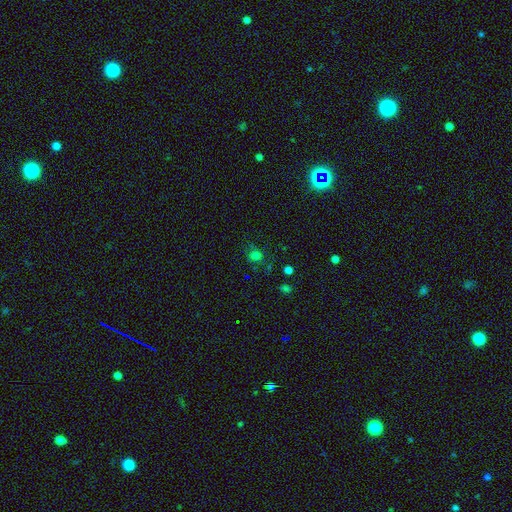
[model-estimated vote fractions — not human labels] smooth 66%, star or artifact 27%, featured or disk 7%. Down the decision tree: how rounded — round (74%); merging — none (69%).